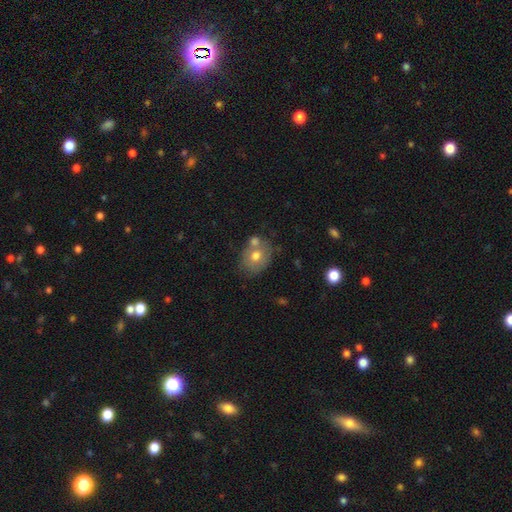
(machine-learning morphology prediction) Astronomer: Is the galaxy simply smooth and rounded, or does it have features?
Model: smooth — 67%.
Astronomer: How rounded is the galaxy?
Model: round — 54% (runner-up: in between, 45%).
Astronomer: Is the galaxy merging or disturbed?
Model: none — 51% (runner-up: merger, 30%).